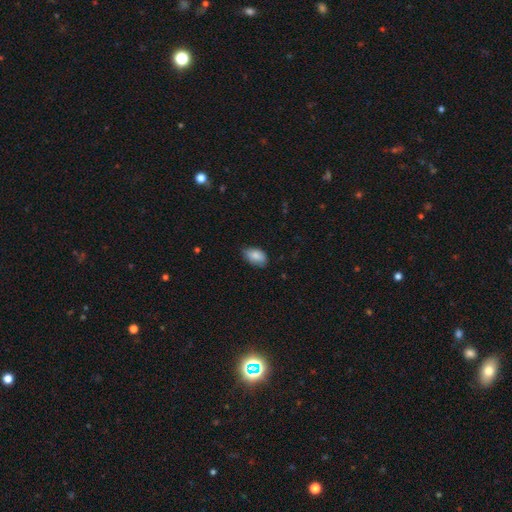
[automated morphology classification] This is clearly a smooth galaxy (85%). How rounded: clearly in between (92%). Merging: likely none (68%).